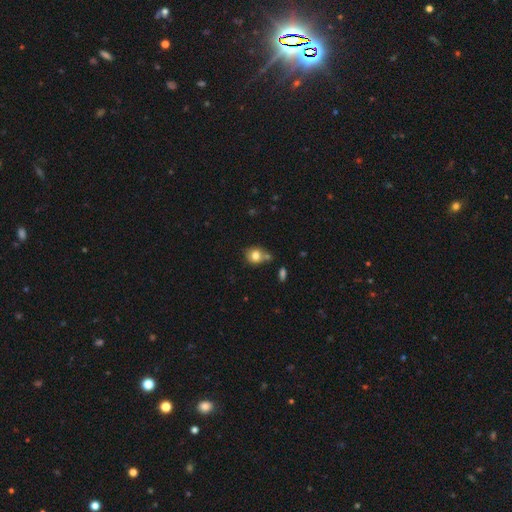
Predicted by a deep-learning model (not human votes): A smooth galaxy with no disk features (79%) that is round (75%). Merging: none (57%).